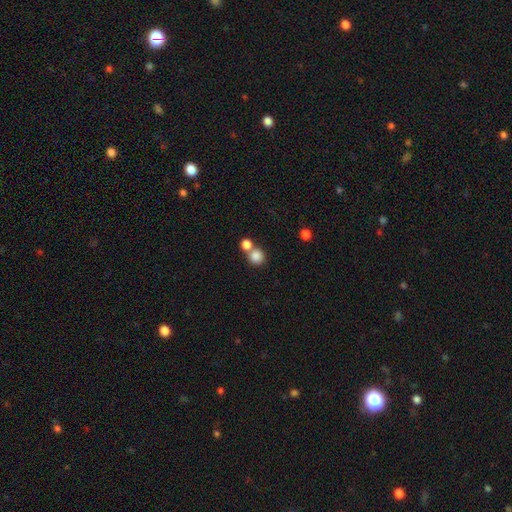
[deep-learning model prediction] Smooth or featured? Predicted: smooth (p=0.84). How rounded? Predicted: round (p=0.89). Merging? Predicted: none (p=0.53).